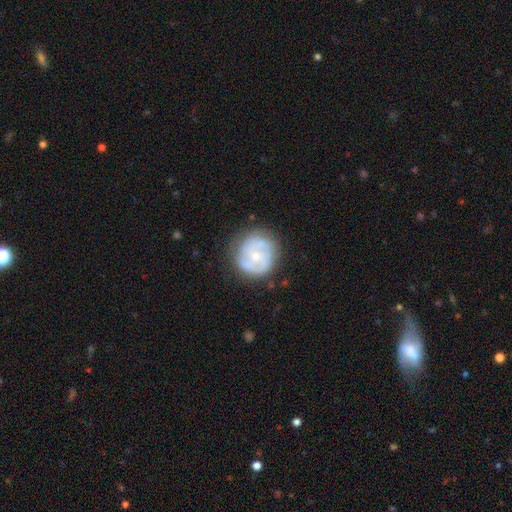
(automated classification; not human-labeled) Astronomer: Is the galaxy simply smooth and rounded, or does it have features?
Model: featured or disk — 69%.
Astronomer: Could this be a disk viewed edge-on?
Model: no — 98%.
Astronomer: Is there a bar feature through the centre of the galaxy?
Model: no — 73%.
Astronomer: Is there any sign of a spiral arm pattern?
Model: yes — 82%.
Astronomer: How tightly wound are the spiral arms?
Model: tight — 50% (runner-up: medium, 38%).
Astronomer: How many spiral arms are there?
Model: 2 — 37% (runner-up: 3, 26%).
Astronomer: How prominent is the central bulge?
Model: small — 57% (runner-up: moderate, 38%).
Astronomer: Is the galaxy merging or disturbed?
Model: none — 74%.